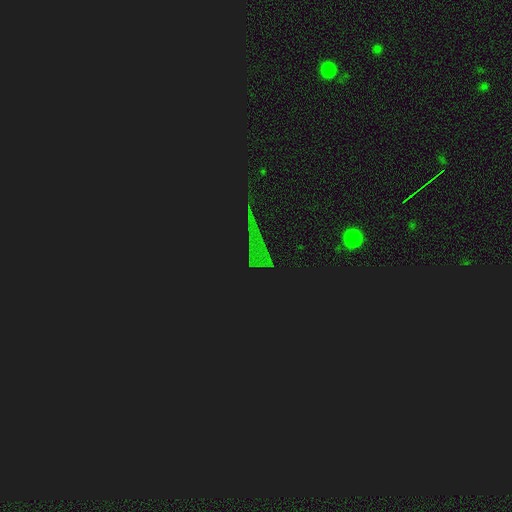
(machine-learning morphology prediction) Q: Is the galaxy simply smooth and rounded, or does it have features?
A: star or artifact — 80%.